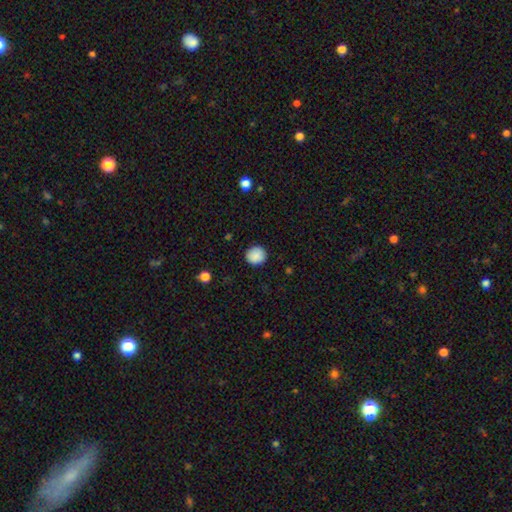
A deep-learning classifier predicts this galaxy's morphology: smooth_or_featured: smooth (p=0.89) [alt: star or artifact p=0.08]
how_rounded: round (p=0.91) [alt: in between p=0.08]
merging: none (p=0.90) [alt: minor disturbance p=0.07]